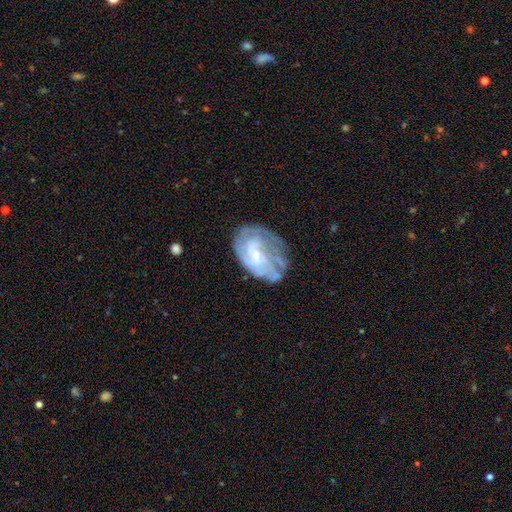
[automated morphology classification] smooth_or_featured: featured or disk (p=0.74) [alt: smooth p=0.18]
disk_edge_on: no (p=0.97) [alt: yes p=0.03]
bar: no (p=0.65) [alt: weak p=0.30]
has_spiral_arms: yes (p=0.79) [alt: no p=0.21]
spiral_winding: tight (p=0.53) [alt: medium p=0.33]
spiral_arm_count: can't tell (p=0.49) [alt: 3 p=0.15]
bulge_size: small (p=0.72) [alt: moderate p=0.17]
merging: none (p=0.51) [alt: minor disturbance p=0.26]